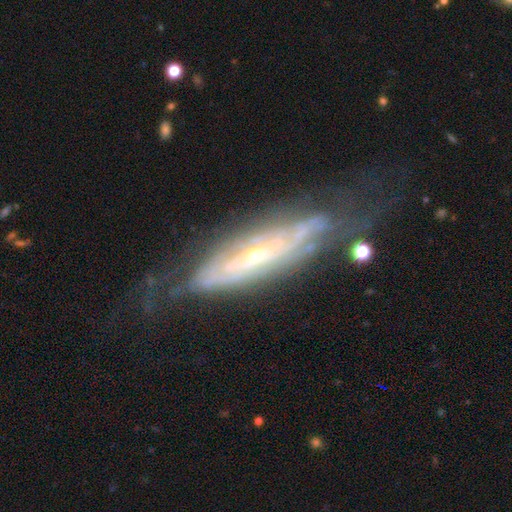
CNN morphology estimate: Smooth or featured?
  - featured or disk: 81% *
  - smooth: 12%
  - star or artifact: 7%
Edge-on disk?
  - no: 69% *
  - yes: 31%
Bar?
  - no: 59% *
  - weak: 26%
  - strong: 15%
Spiral arms?
  - yes: 81% *
  - no: 19%
Bulge size?
  - small: 75% *
  - moderate: 21%
  - none: 2%
  - large: 2%
  - dominant: 1%
Merging?
  - none: 59% *
  - minor disturbance: 24%
  - major disturbance: 15%
  - merger: 3%